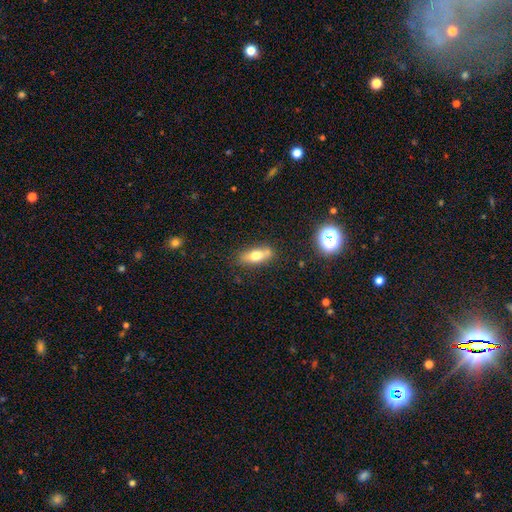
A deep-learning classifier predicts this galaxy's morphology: smooth 62%, featured or disk 29%, star or artifact 9%. Down the decision tree: how rounded — in between (65%); merging — none (75%).